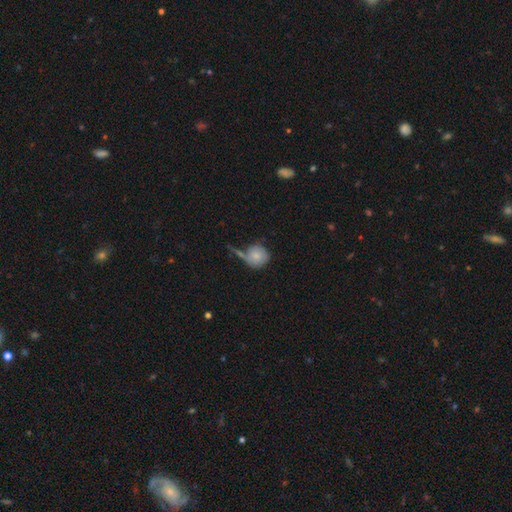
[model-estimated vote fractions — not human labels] Q: Smooth or featured?
A: smooth (77%); runner-up: featured or disk (15%)
Q: How rounded?
A: round (88%); runner-up: in between (11%)
Q: Merging?
A: none (47%); runner-up: minor disturbance (21%)